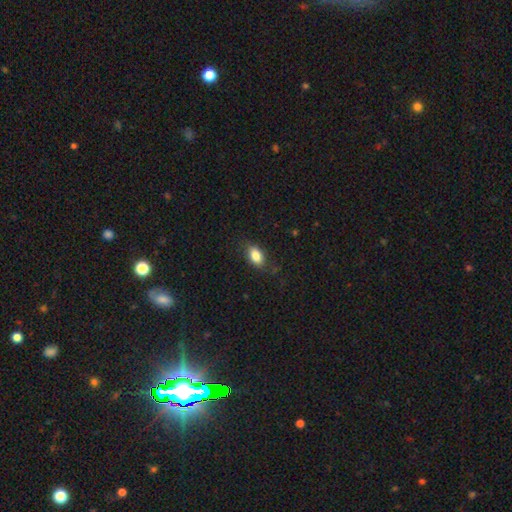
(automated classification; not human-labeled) Smooth or featured? Predicted: smooth (p=0.84). How rounded? Predicted: in between (p=0.88). Merging? Predicted: none (p=0.79).